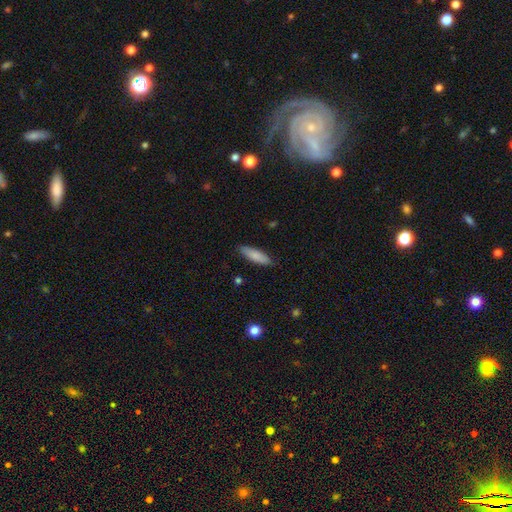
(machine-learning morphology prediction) Smooth or featured?
  - smooth: 83% *
  - featured or disk: 11%
  - star or artifact: 6%
How rounded?
  - cigar-shaped: 60% *
  - in between: 38%
  - round: 2%
Merging?
  - none: 87% *
  - minor disturbance: 10%
  - major disturbance: 2%
  - merger: 1%